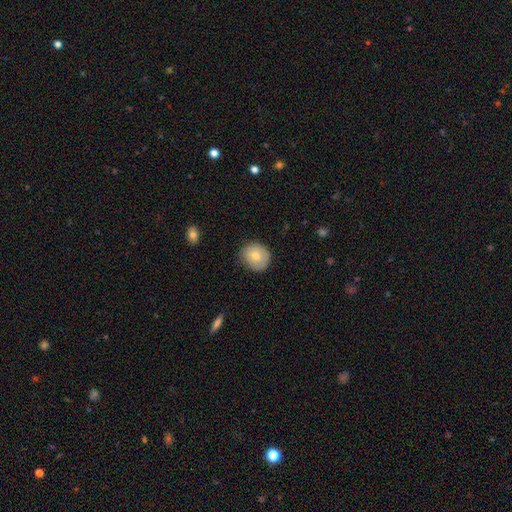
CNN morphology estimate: This appears to be a smooth galaxy with no disk features (78%) that is round (78%). Merging: none (77%).